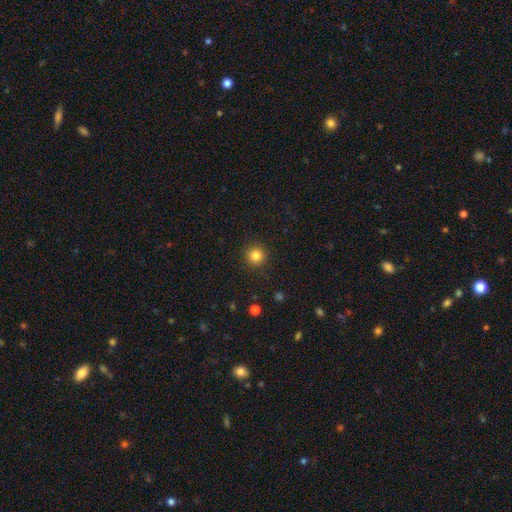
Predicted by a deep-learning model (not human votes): Overall: smooth (84%). How rounded: round (95%). Merging: none (92%).